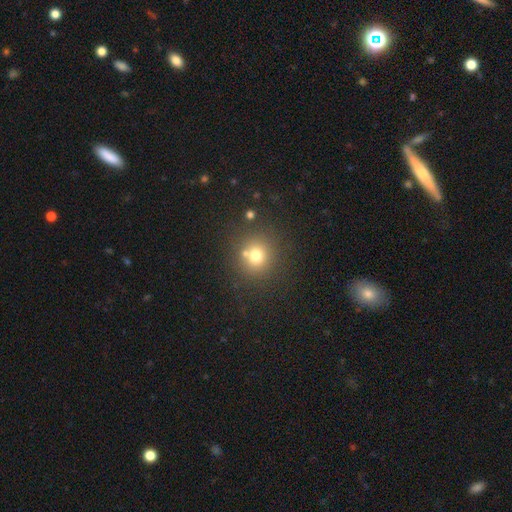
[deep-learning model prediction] Smooth or featured? Predicted: smooth (p=0.72). How rounded? Predicted: round (p=0.90). Merging? Predicted: none (p=0.73).